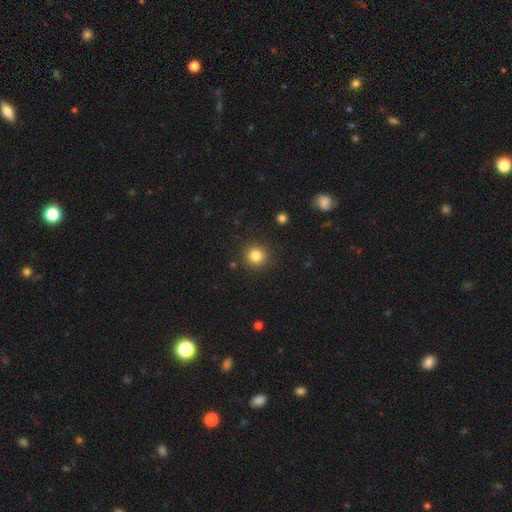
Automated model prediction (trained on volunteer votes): This is clearly a smooth galaxy (83%). How rounded: clearly round (92%). Merging: clearly none (90%).